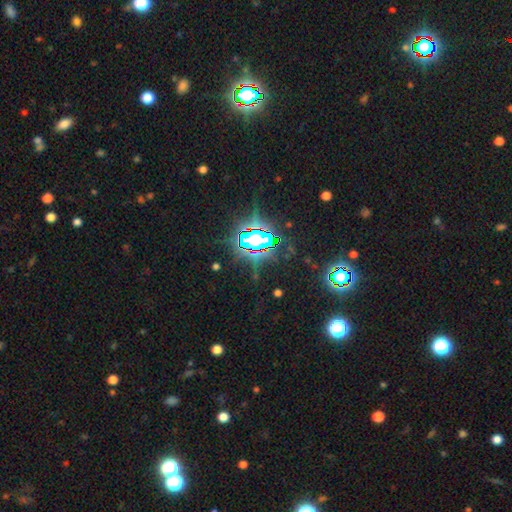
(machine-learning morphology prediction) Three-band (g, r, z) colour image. It shows a star or artifact, not a galaxy (79%).